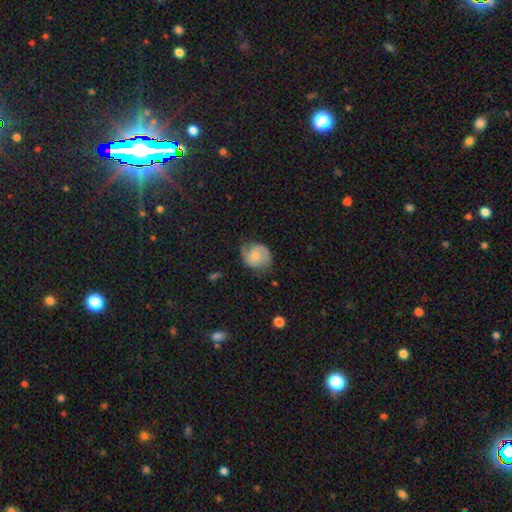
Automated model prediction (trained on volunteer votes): This is possibly a featured or disk galaxy (53%). It is clearly not viewed edge-on (98%). Bar: likely no (61%). Spiral arm pattern: clearly yes (88%). Central bulge: possibly small (50%). Merging: likely none (61%).